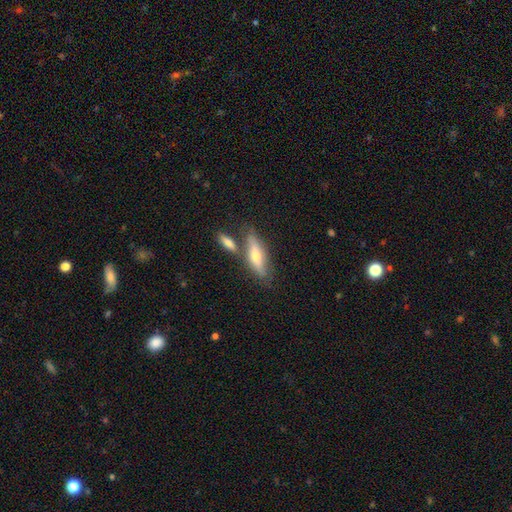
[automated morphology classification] type=featured or disk (50%); edge-on=yes (77%); merging=none (64%).